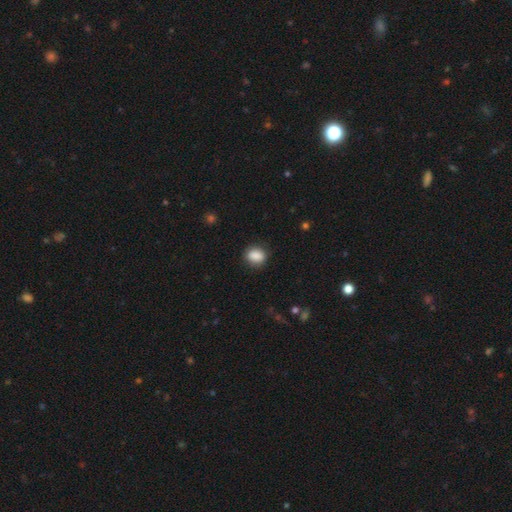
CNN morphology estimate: A smooth galaxy with no disk features (88%) that is in between round and cigar-shaped (54%).

Vote fractions:
- Smooth or featured? smooth: 88% / star or artifact: 8% / featured or disk: 4%
- How rounded? in between: 54% / round: 45% / cigar-shaped: 1%
- Merging? none: 85% / minor disturbance: 11% / major disturbance: 3% / merger: 1%